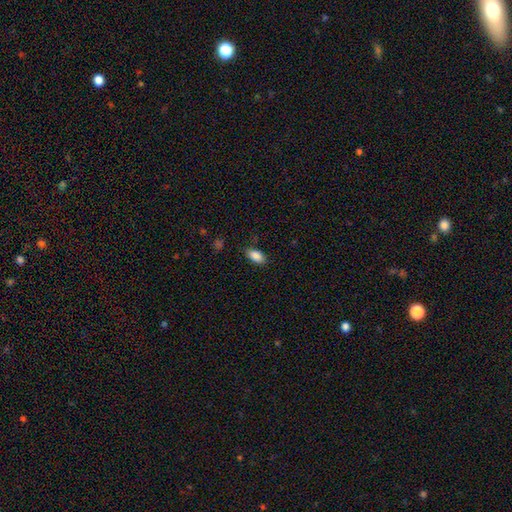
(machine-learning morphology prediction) The model was most divided on "merging": none: 83%, minor disturbance: 13%, major disturbance: 3%, merger: 1%. More confident: how rounded — in between (91%); smooth or featured — smooth (88%).